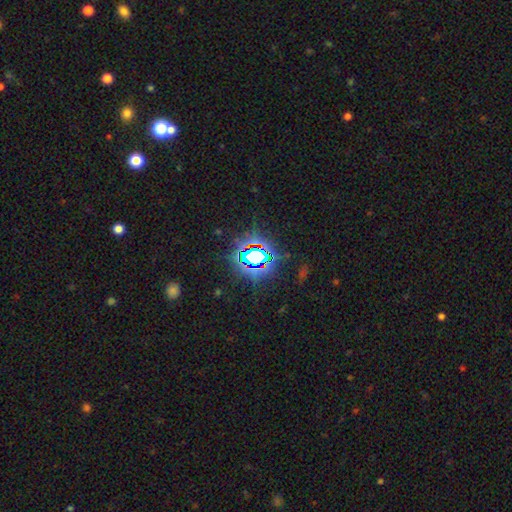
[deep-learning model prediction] Smooth or featured? star or artifact (77%)